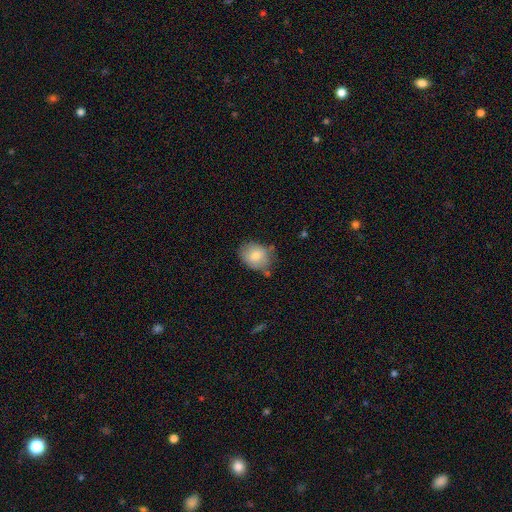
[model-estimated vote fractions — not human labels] This appears to be a smooth galaxy with no disk features (77%) that is in between round and cigar-shaped (54%). Merging: none (62%).